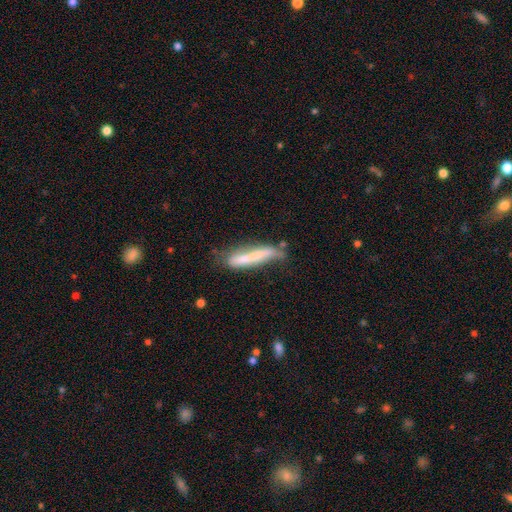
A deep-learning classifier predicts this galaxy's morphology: Smooth or featured? Predicted: smooth (p=0.54). How rounded? Predicted: cigar-shaped (p=0.87). Merging? Predicted: none (p=0.43).